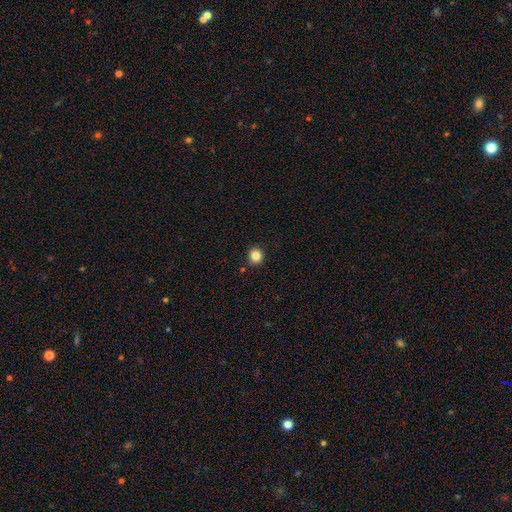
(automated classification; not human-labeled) Smooth or featured?
  - smooth: 84% *
  - star or artifact: 11%
  - featured or disk: 4%
How rounded?
  - round: 89% *
  - in between: 10%
  - cigar-shaped: 1%
Merging?
  - none: 89% *
  - minor disturbance: 7%
  - merger: 2%
  - major disturbance: 2%